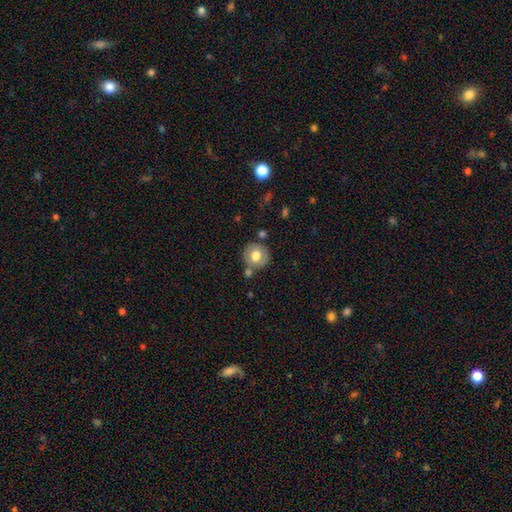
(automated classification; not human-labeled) smooth_or_featured: smooth (p=0.64) [alt: featured or disk p=0.28]
how_rounded: round (p=0.89) [alt: in between p=0.10]
merging: none (p=0.72) [alt: minor disturbance p=0.14]